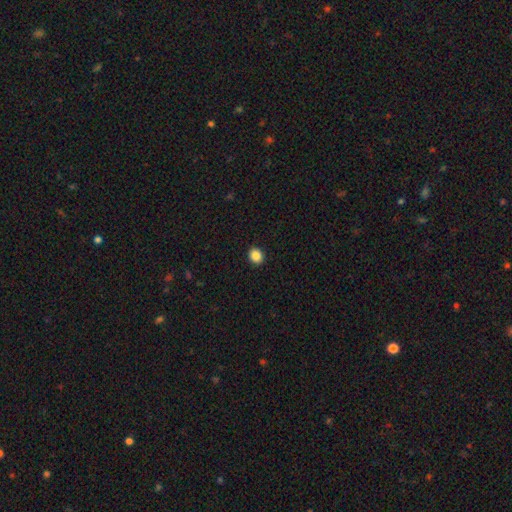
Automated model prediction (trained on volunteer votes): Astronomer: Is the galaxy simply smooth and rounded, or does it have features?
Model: smooth — 87%.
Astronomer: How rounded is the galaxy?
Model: round — 67%.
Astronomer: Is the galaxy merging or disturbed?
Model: none — 92%.